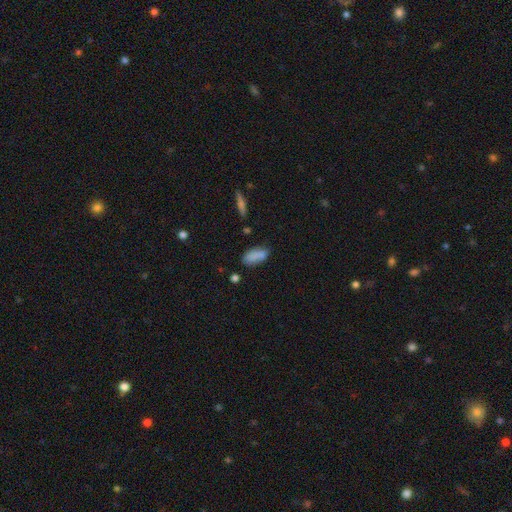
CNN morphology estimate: smooth-or-featured: smooth: 83% | featured or disk: 8% | star or artifact: 8%
  how-rounded: in between: 83% | cigar-shaped: 15% | round: 3%
  merging: none: 66% | minor disturbance: 23% | major disturbance: 6% | merger: 5%